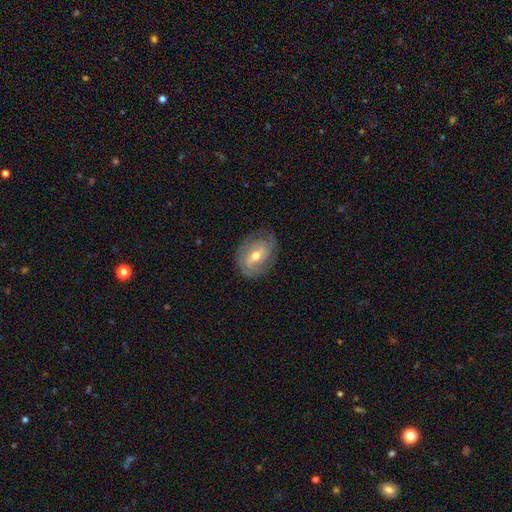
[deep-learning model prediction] Smooth or featured: featured or disk — 72% (smooth — 21%)
Edge-on disk: no — 95% (yes — 5%)
Bar: weak — 47% (no — 33%)
Spiral arms: yes — 85% (no — 15%)
Spiral winding: tight — 53% (medium — 34%)
Spiral arm count: 2 — 41% (can't tell — 32%)
Bulge size: moderate — 68% (small — 27%)
Merging: none — 72% (minor disturbance — 20%)